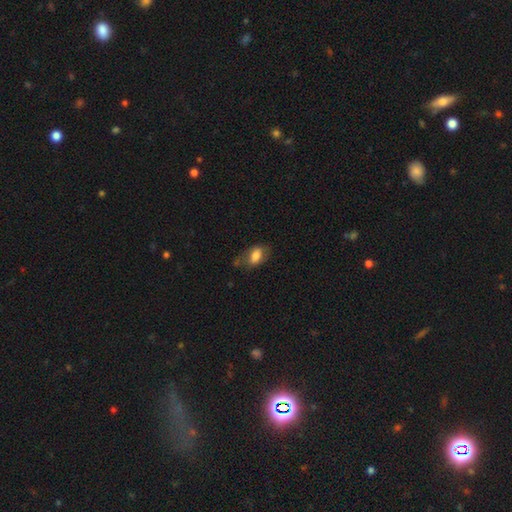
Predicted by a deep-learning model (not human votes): Smooth or featured?
  - smooth: 75% *
  - featured or disk: 17%
  - star or artifact: 8%
How rounded?
  - in between: 88% *
  - round: 9%
  - cigar-shaped: 3%
Merging?
  - none: 56% *
  - minor disturbance: 28%
  - major disturbance: 13%
  - merger: 4%